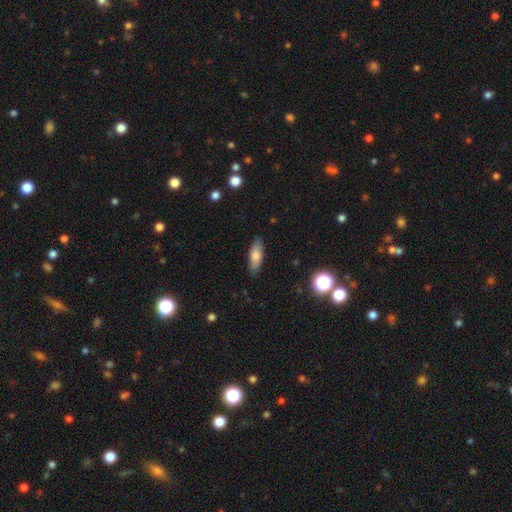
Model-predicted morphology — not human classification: Smooth or featured? smooth (77%)
How rounded? in between (66%)
Merging? none (86%)